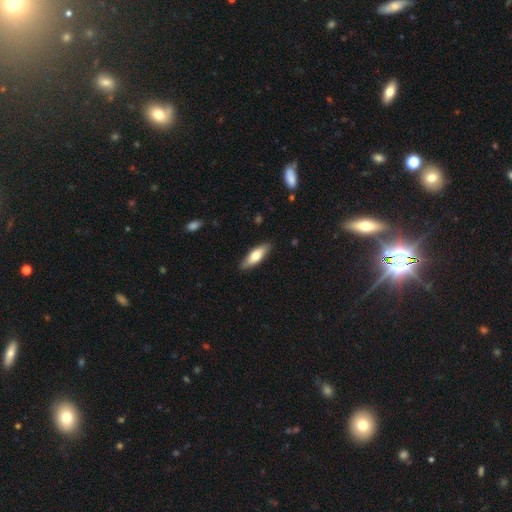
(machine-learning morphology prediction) The model was most divided on "how rounded": in between: 61%, cigar-shaped: 37%, round: 2%. More confident: merging — none (87%); smooth or featured — smooth (70%).